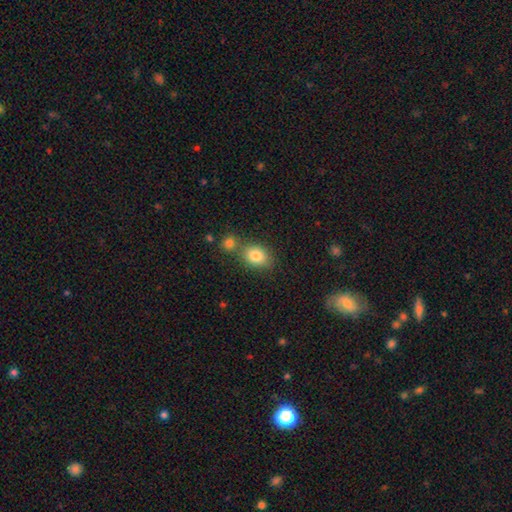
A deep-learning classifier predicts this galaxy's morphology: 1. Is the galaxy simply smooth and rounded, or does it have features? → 82% smooth, 10% star or artifact, 8% featured or disk.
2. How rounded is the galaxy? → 65% in between, 34% round, 1% cigar-shaped.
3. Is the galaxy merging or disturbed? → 61% none, 24% merger, 12% minor disturbance, 4% major disturbance.